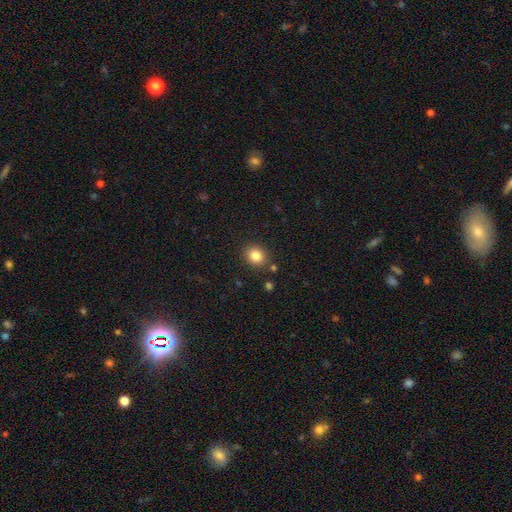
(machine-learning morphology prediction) Smooth or featured: smooth — 84% (star or artifact — 11%)
How rounded: round — 71% (in between — 28%)
Merging: none — 86% (minor disturbance — 8%)